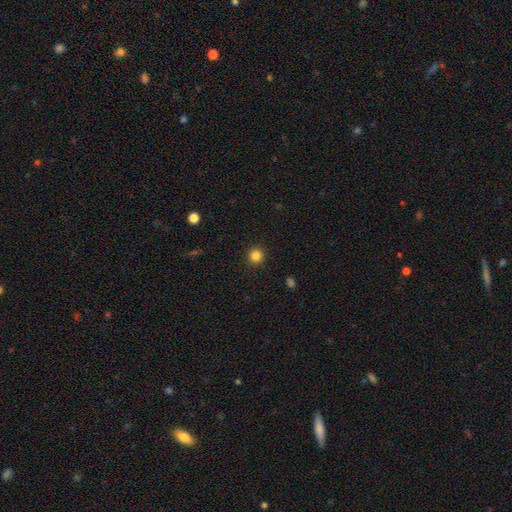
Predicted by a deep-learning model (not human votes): Smooth or featured? Predicted: smooth (p=0.84). How rounded? Predicted: round (p=0.95). Merging? Predicted: none (p=0.92).